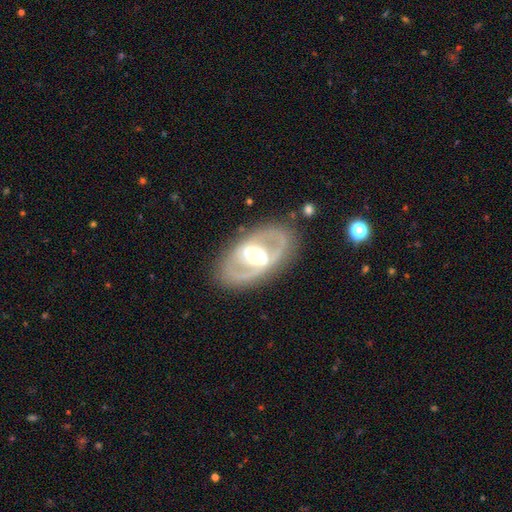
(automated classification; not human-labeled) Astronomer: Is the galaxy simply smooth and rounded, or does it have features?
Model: featured or disk — 80%.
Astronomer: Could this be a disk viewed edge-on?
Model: no — 93%.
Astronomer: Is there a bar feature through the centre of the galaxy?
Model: strong — 47% (runner-up: weak, 33%).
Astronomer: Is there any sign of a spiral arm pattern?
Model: yes — 65%.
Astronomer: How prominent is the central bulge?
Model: moderate — 60%.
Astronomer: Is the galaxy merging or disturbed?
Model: none — 80%.